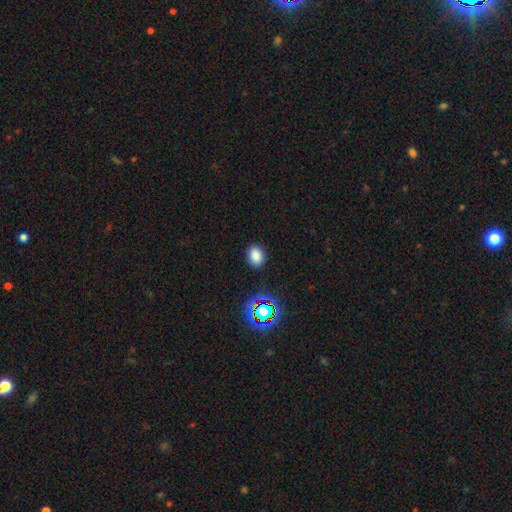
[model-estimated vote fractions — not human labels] Smooth or featured: smooth — 80% (star or artifact — 15%)
How rounded: in between — 69% (round — 30%)
Merging: none — 87% (minor disturbance — 9%)